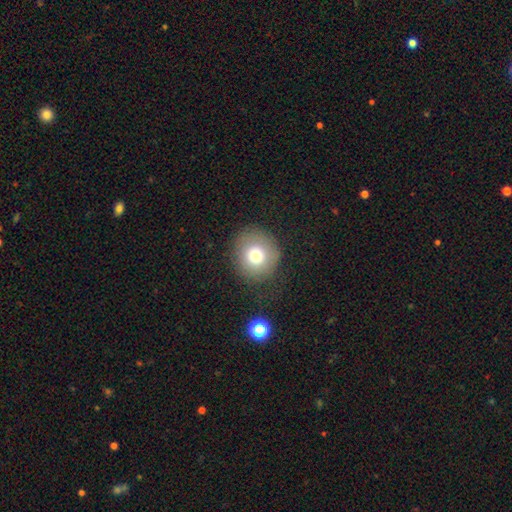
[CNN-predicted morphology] This appears to be a smooth galaxy with no disk features (74%) that is round (87%). Merging: none (80%).